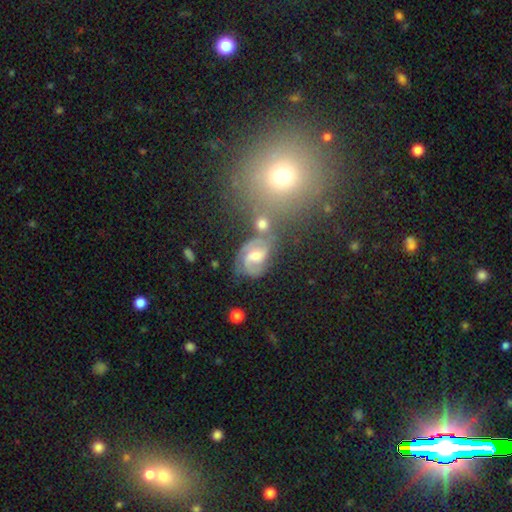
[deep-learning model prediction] smooth_or_featured: featured or disk (p=0.75) [alt: smooth p=0.15]
disk_edge_on: no (p=0.97) [alt: yes p=0.03]
bar: weak (p=0.53) [alt: no p=0.30]
has_spiral_arms: yes (p=0.93) [alt: no p=0.07]
spiral_winding: medium (p=0.50) [alt: tight p=0.35]
spiral_arm_count: 2 (p=0.67) [alt: can't tell p=0.12]
bulge_size: moderate (p=0.58) [alt: small p=0.30]
merging: none (p=0.54) [alt: minor disturbance p=0.18]